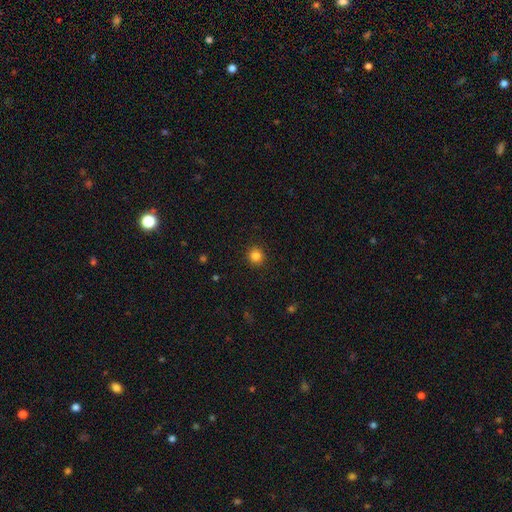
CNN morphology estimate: Q: Smooth or featured?
A: smooth (84%); runner-up: star or artifact (12%)
Q: How rounded?
A: round (91%); runner-up: in between (9%)
Q: Merging?
A: none (92%); runner-up: minor disturbance (5%)